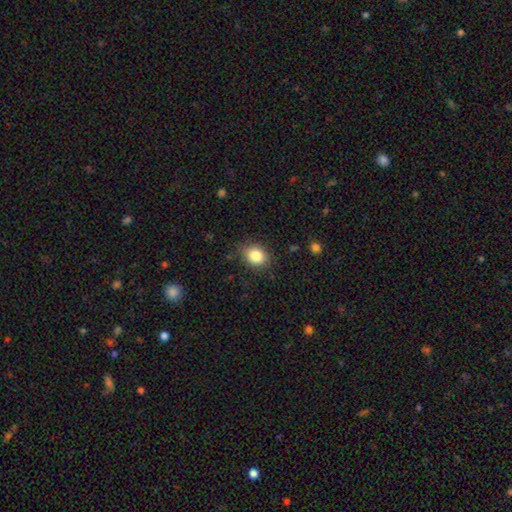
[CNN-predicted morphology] Smooth or featured? smooth (84%)
How rounded? in between (51%)
Merging? none (83%)